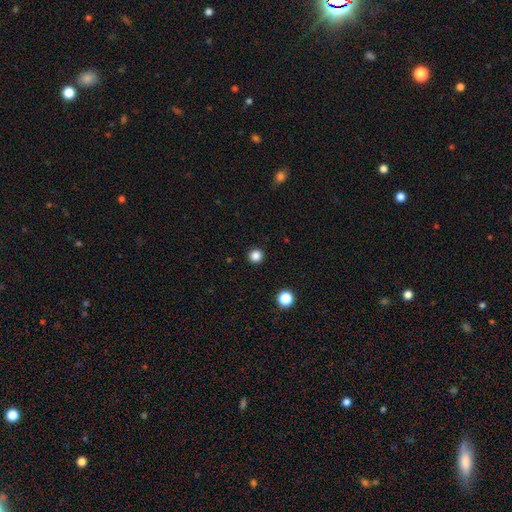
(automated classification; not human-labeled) Smooth or featured? smooth (85%)
How rounded? round (95%)
Merging? none (93%)